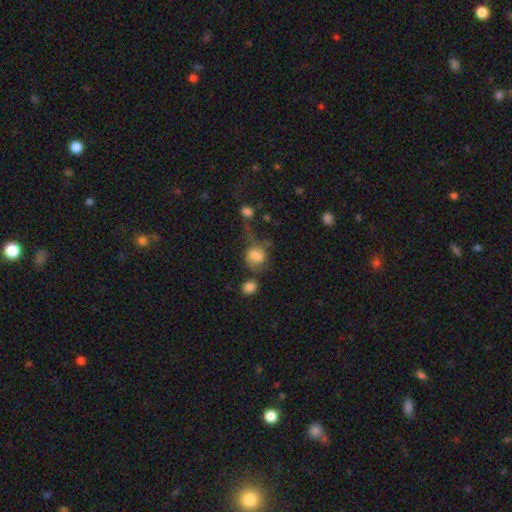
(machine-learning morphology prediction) Overall: smooth (73%). How rounded: round (63%; in between 36%). Merging: none (35%; major disturbance 27%).